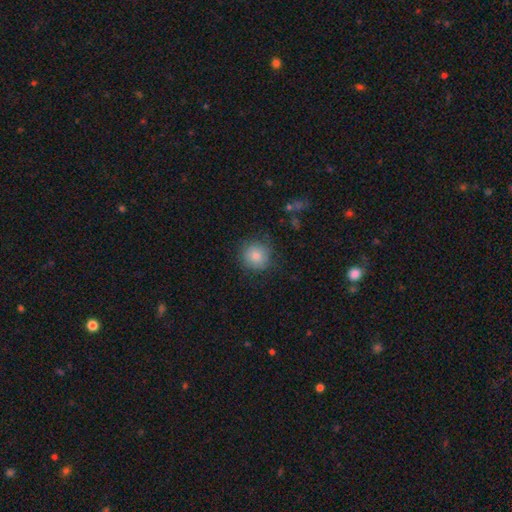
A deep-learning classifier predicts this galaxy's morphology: A smooth galaxy with no disk features (80%) that is round (93%).

Vote fractions:
- Smooth or featured? smooth: 80% / star or artifact: 11% / featured or disk: 9%
- How rounded? round: 93% / in between: 6% / cigar-shaped: 1%
- Merging? none: 83% / minor disturbance: 12% / major disturbance: 4% / merger: 1%